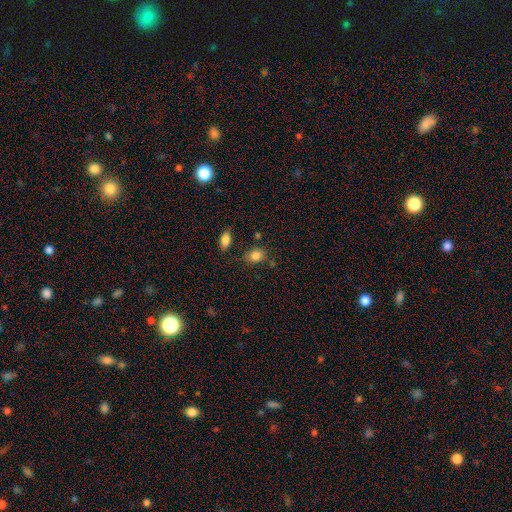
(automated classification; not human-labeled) smooth-or-featured: smooth: 84% | star or artifact: 10% | featured or disk: 6%
  how-rounded: in between: 64% | round: 35% | cigar-shaped: 1%
  merging: none: 71% | minor disturbance: 18% | merger: 6% | major disturbance: 5%